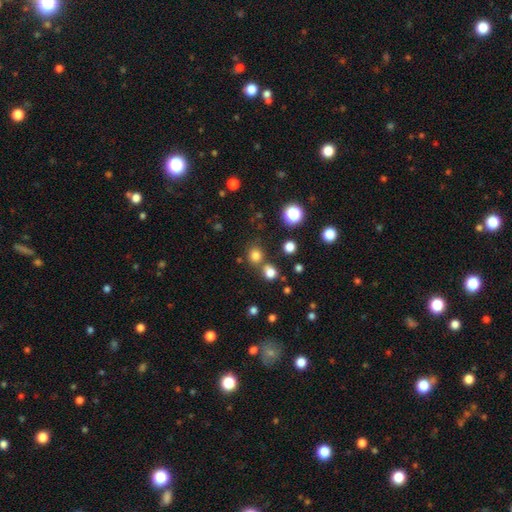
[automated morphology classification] This appears to be a smooth galaxy with no disk features (77%) that is round (83%). Merging: none (69%).